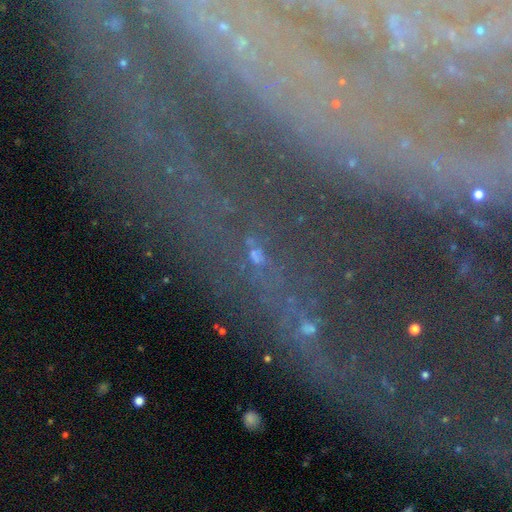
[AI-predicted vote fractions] The model was most divided on "smooth or featured": star or artifact: 64%, featured or disk: 18%, smooth: 18%.